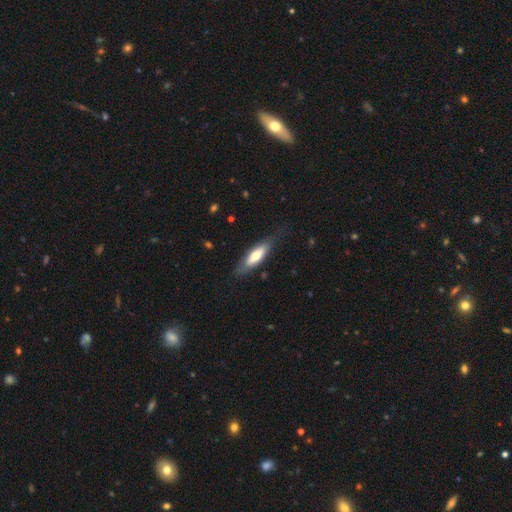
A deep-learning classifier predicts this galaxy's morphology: type=smooth (59%); roundness=in between (53%); merging=none (75%).